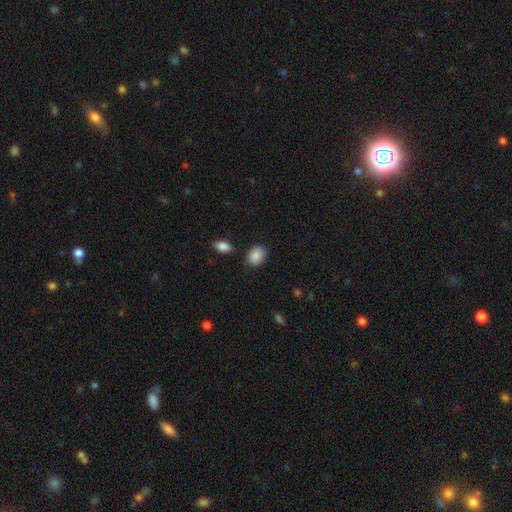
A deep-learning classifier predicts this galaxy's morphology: This is clearly a smooth galaxy (87%). How rounded: possibly in between (53%). Merging: clearly none (83%).